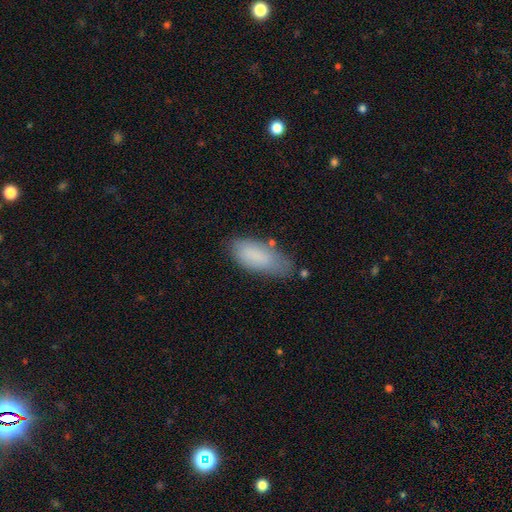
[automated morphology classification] This appears to be a smooth galaxy with no disk features (84%) that is in between round and cigar-shaped (83%). Merging: none (61%).